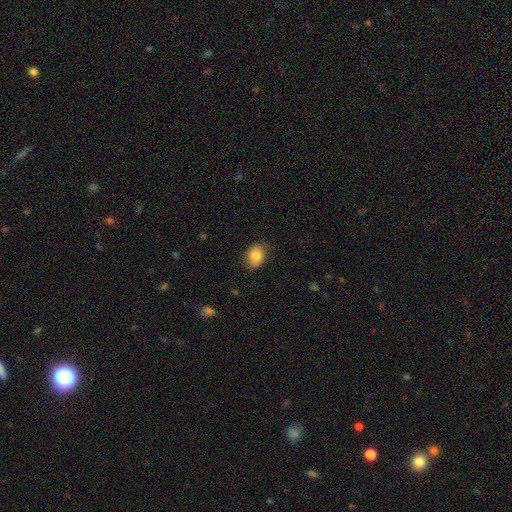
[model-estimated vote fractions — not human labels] Smooth or featured?
  - smooth: 78% *
  - featured or disk: 14%
  - star or artifact: 8%
How rounded?
  - in between: 70% *
  - round: 28%
  - cigar-shaped: 1%
Merging?
  - none: 78% *
  - minor disturbance: 17%
  - major disturbance: 4%
  - merger: 1%